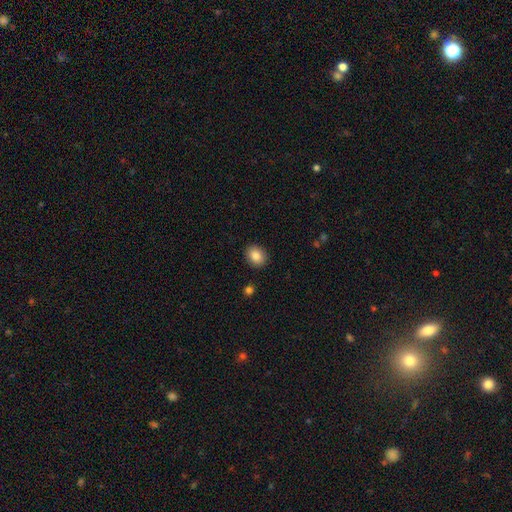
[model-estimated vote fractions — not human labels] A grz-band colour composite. It shows a smooth galaxy with no disk features (85%) that is round (54%). Merging: none (91%).